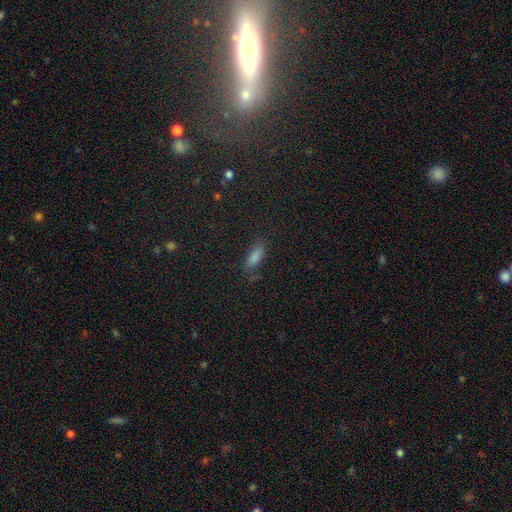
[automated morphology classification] A smooth galaxy with no disk features (77%) that is in between round and cigar-shaped (70%). Merging: none (70%).